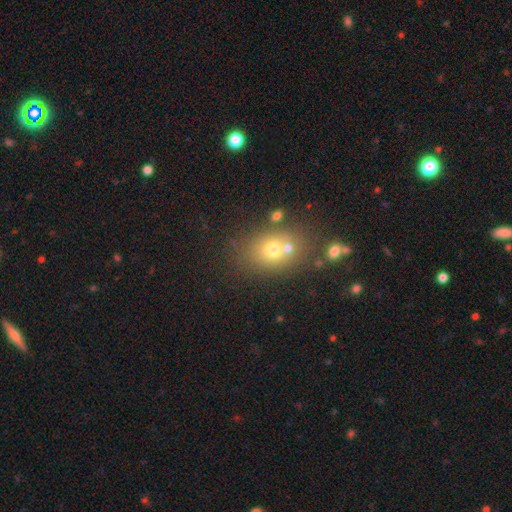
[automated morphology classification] smooth-or-featured: smooth: 59% | star or artifact: 25% | featured or disk: 16%
  how-rounded: round: 56% | in between: 43% | cigar-shaped: 1%
  merging: none: 62% | merger: 24% | minor disturbance: 10% | major disturbance: 4%